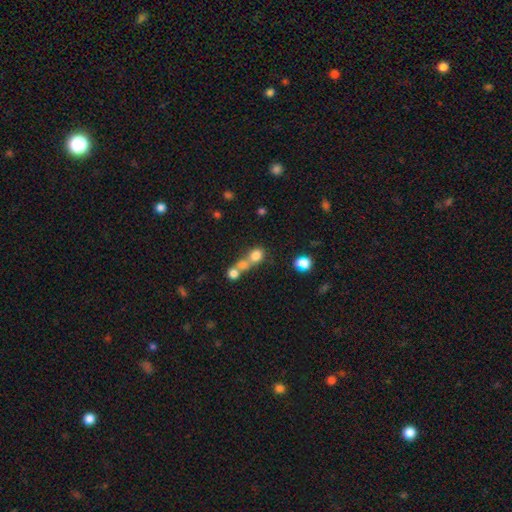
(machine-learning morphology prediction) Smooth or featured: smooth — 71% (featured or disk — 15%)
How rounded: round — 69% (in between — 28%)
Merging: merger — 62% (none — 27%)